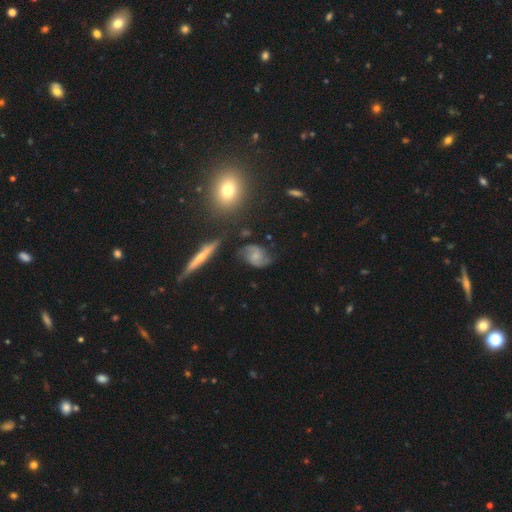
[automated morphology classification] The model was most divided on "spiral winding": medium: 44%, loose: 39%, tight: 17%. Remaining: edge-on disk — no (95%); spiral arms — yes (94%); spiral arm count — 2 (89%); smooth or featured — featured or disk (74%); merging — none (71%); bar — no (61%); bulge size — small (46%).